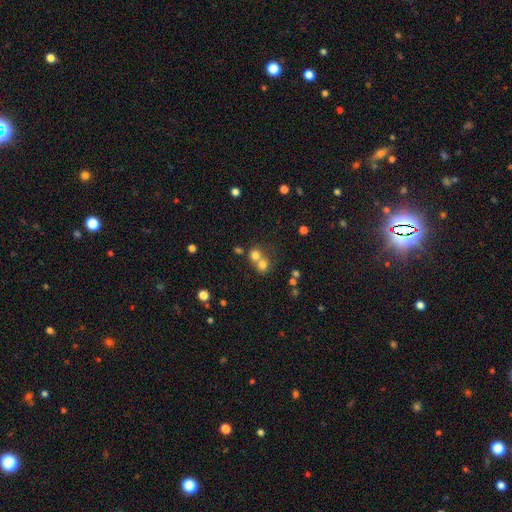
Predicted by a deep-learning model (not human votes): The model was most divided on "merging": merger: 54%, none: 38%, minor disturbance: 5%, major disturbance: 3%. More confident: how rounded — round (82%); smooth or featured — smooth (72%).